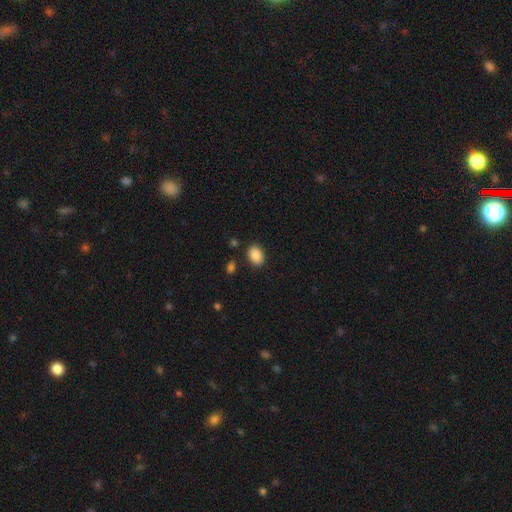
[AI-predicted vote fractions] Overall: smooth (88%). How rounded: in between (79%). Merging: none (86%).